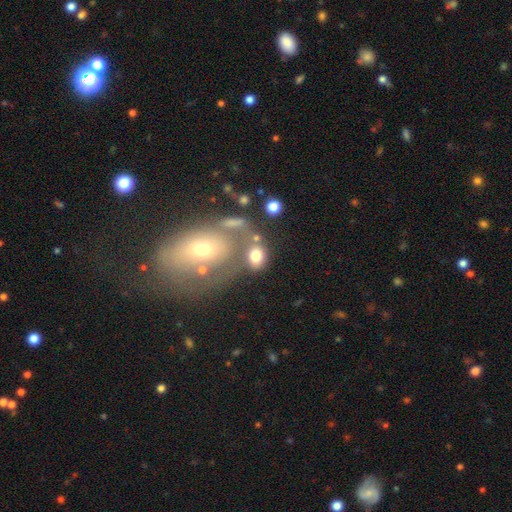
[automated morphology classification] type=smooth (74%); roundness=in between (58%); merging=none (45%).